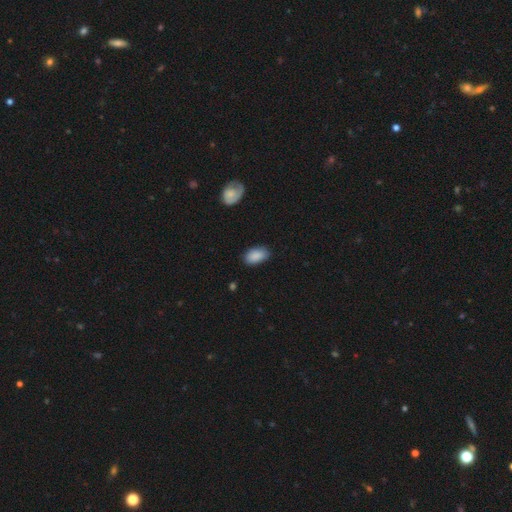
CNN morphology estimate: Smooth or featured? Predicted: smooth (p=0.88). How rounded? Predicted: in between (p=0.94). Merging? Predicted: none (p=0.82).